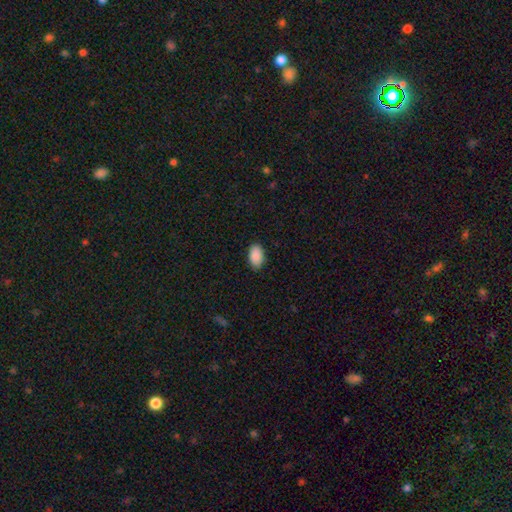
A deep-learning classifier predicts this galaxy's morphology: Smooth or featured?
  - smooth: 90% *
  - star or artifact: 7%
  - featured or disk: 3%
How rounded?
  - in between: 94% *
  - round: 5%
  - cigar-shaped: 1%
Merging?
  - none: 88% *
  - minor disturbance: 9%
  - major disturbance: 2%
  - merger: 1%